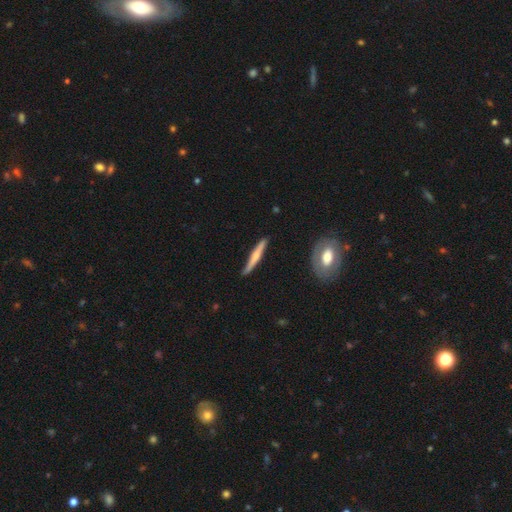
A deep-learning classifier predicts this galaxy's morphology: Smooth or featured? featured or disk (54%)
Edge-on disk? yes (95%)
Edge-on bulge? rounded (71%)
Merging? none (86%)